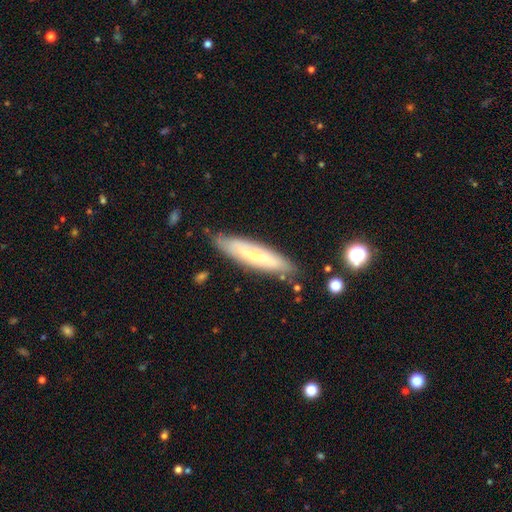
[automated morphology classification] Overall: smooth (53%; featured or disk 40%). How rounded: cigar-shaped (82%). Merging: none (80%).